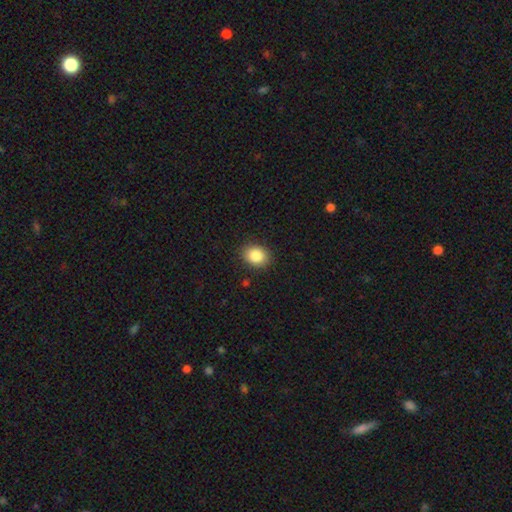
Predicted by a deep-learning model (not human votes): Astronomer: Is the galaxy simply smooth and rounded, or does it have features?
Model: smooth — 85%.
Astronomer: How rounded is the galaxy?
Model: in between — 52% (runner-up: round, 47%).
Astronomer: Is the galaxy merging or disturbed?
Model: none — 89%.